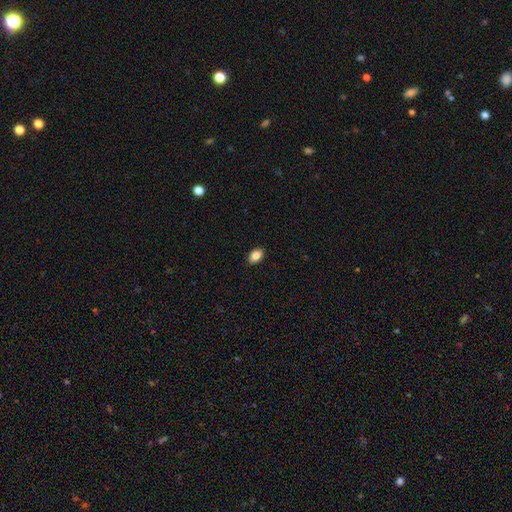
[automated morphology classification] Overall: smooth (85%). How rounded: in between (88%). Merging: none (90%).